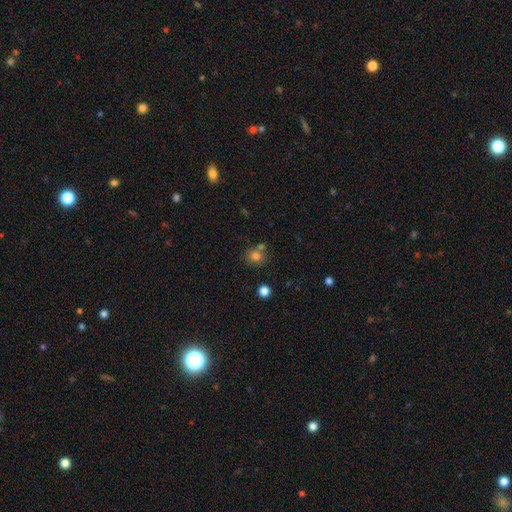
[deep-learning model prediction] Smooth or featured? smooth (78%)
How rounded? round (79%)
Merging? none (62%)